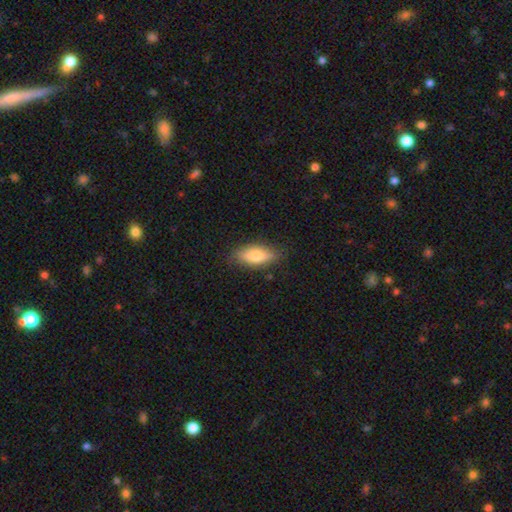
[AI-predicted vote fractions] Smooth or featured? Predicted: smooth (p=0.70). How rounded? Predicted: in between (p=0.70). Merging? Predicted: none (p=0.81).